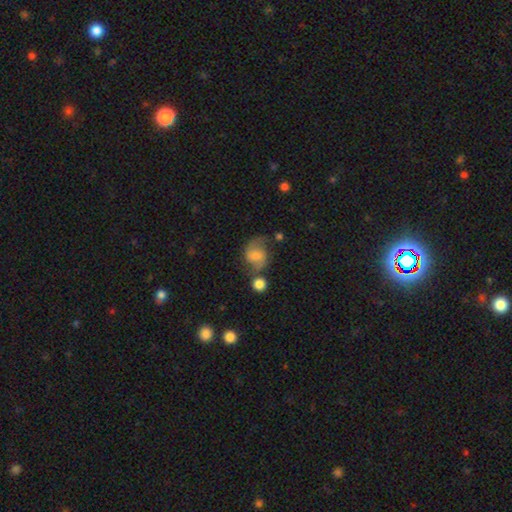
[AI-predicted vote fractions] smooth_or_featured: featured or disk (p=0.50) [alt: smooth p=0.40]
disk_edge_on: no (p=0.97) [alt: yes p=0.03]
merging: none (p=0.50) [alt: minor disturbance p=0.23]